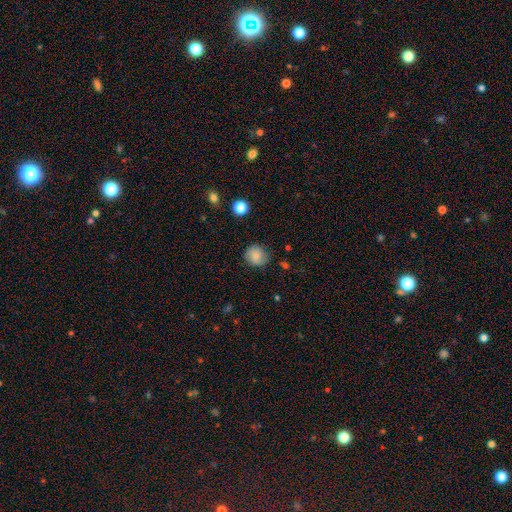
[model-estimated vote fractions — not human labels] smooth 80%, featured or disk 11%, star or artifact 9%. Down the decision tree: how rounded — round (84%); merging — none (79%).